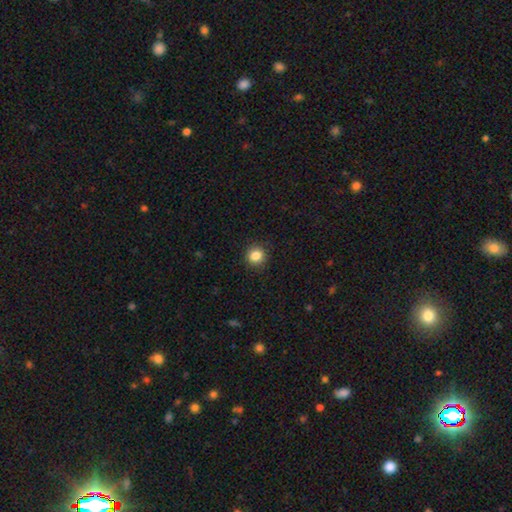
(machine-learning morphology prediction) The model was most divided on "smooth or featured": smooth: 85%, star or artifact: 11%, featured or disk: 5%. More confident: merging — none (91%); how rounded — round (90%).